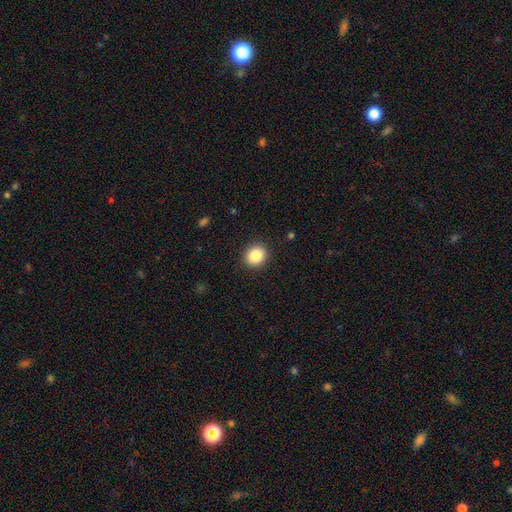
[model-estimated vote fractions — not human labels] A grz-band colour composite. It shows a smooth galaxy with no disk features (86%) that is round (73%). Merging: none (90%).